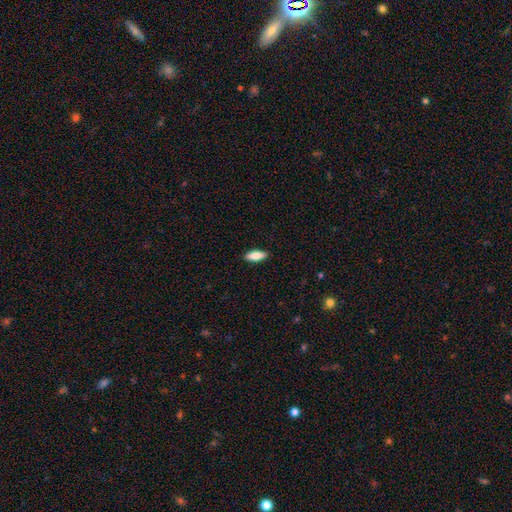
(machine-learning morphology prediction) This appears to be a smooth galaxy with no disk features (81%) that is in between round and cigar-shaped (69%). Merging: none (90%).